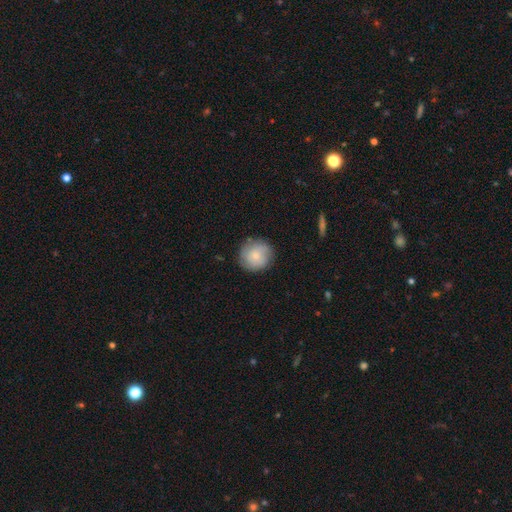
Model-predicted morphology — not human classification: Smooth or featured? smooth (74%)
How rounded? round (93%)
Merging? none (83%)